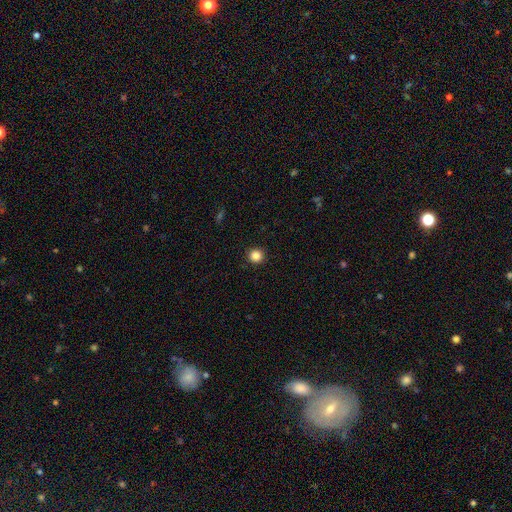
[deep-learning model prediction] A smooth galaxy with no disk features (86%) that is round (95%). Merging: none (93%).